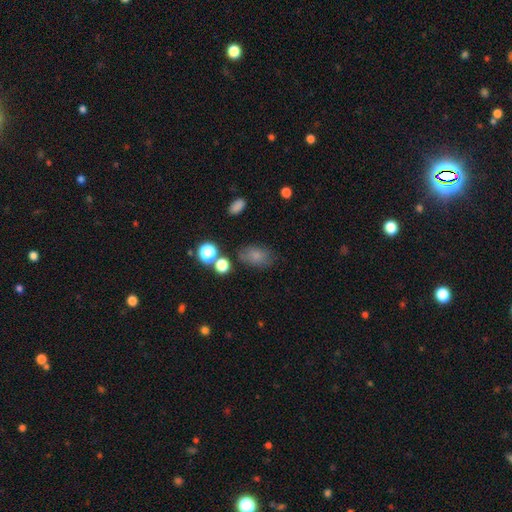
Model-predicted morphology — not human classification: Smooth or featured?
  - smooth: 78% *
  - star or artifact: 13%
  - featured or disk: 10%
How rounded?
  - in between: 83% *
  - round: 15%
  - cigar-shaped: 2%
Merging?
  - none: 70% *
  - minor disturbance: 18%
  - major disturbance: 7%
  - merger: 5%